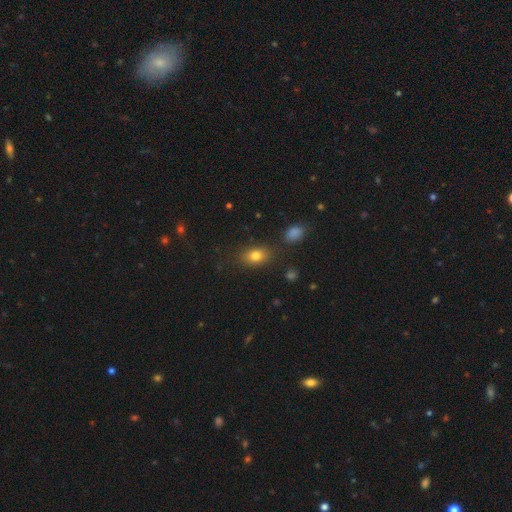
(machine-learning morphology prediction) Q: Smooth or featured?
A: smooth (80%); runner-up: star or artifact (11%)
Q: How rounded?
A: in between (78%); runner-up: round (20%)
Q: Merging?
A: none (78%); runner-up: minor disturbance (13%)